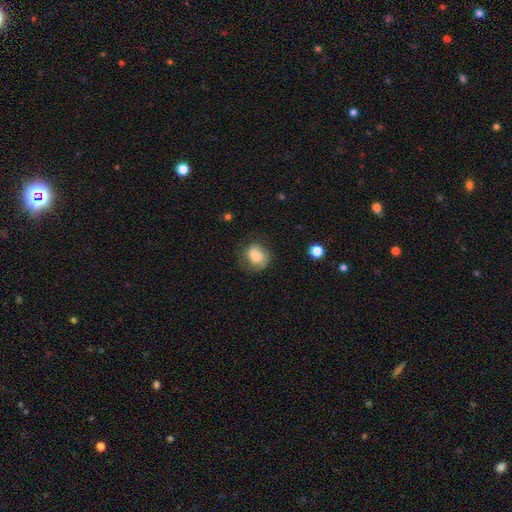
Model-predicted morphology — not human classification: smooth_or_featured: smooth (p=0.74) [alt: featured or disk p=0.17]
how_rounded: round (p=0.57) [alt: in between p=0.42]
merging: none (p=0.57) [alt: minor disturbance p=0.27]